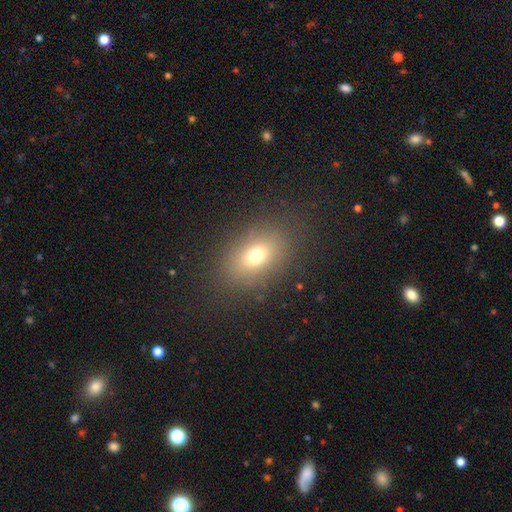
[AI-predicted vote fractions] Smooth or featured? Predicted: smooth (p=0.71). How rounded? Predicted: in between (p=0.78). Merging? Predicted: none (p=0.83).